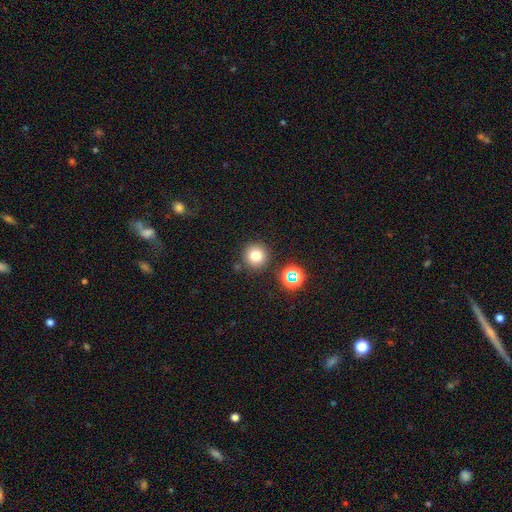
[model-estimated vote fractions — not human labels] The model was most divided on "smooth or featured": smooth: 77%, star or artifact: 15%, featured or disk: 8%. More confident: how rounded — round (95%); merging — none (86%).